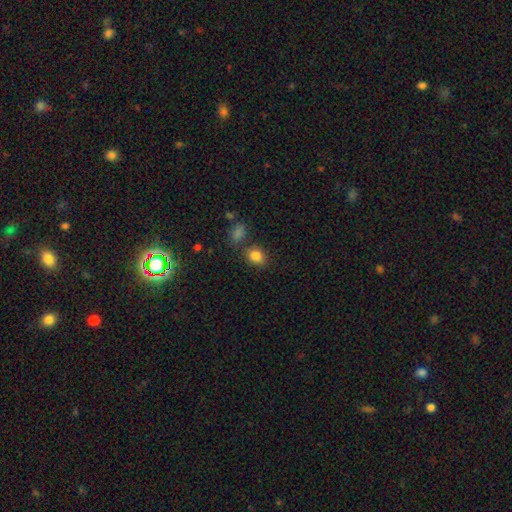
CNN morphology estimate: A smooth galaxy with no disk features (84%) that is in between round and cigar-shaped (62%). Merging: none (76%).